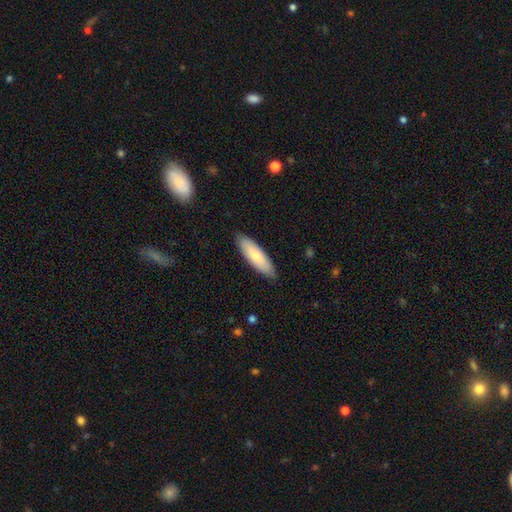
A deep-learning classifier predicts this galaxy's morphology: smooth-or-featured: smooth: 78% | featured or disk: 17% | star or artifact: 5%
  how-rounded: in between: 50% | cigar-shaped: 48% | round: 1%
  merging: none: 86% | minor disturbance: 12% | major disturbance: 2% | merger: 1%